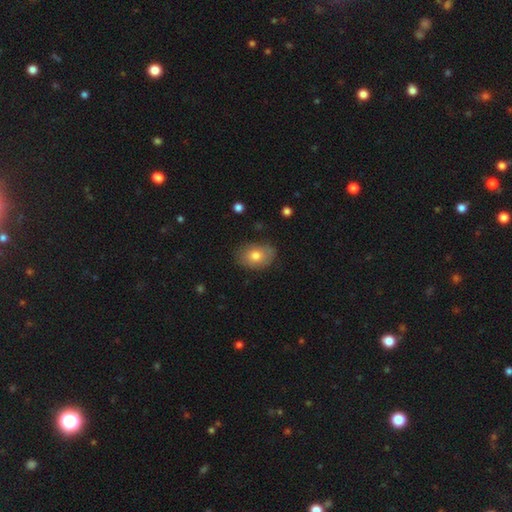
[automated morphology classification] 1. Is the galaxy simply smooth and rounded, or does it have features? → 76% smooth, 17% featured or disk, 8% star or artifact.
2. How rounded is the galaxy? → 79% in between, 20% round, 1% cigar-shaped.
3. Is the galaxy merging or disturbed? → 77% none, 18% minor disturbance, 4% major disturbance, 1% merger.